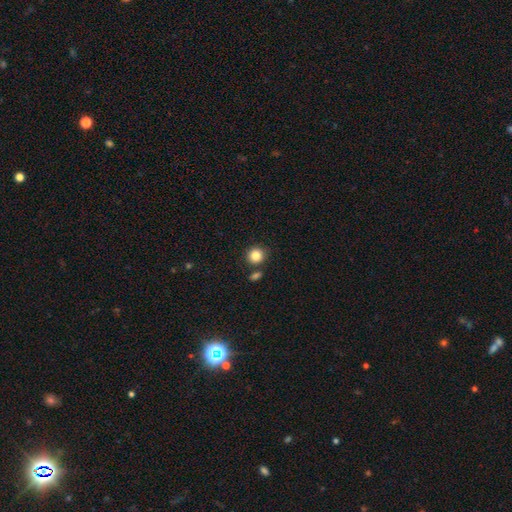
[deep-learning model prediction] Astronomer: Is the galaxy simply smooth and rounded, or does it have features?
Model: smooth — 84%.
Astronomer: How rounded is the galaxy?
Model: round — 88%.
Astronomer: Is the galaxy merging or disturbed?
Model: none — 79%.